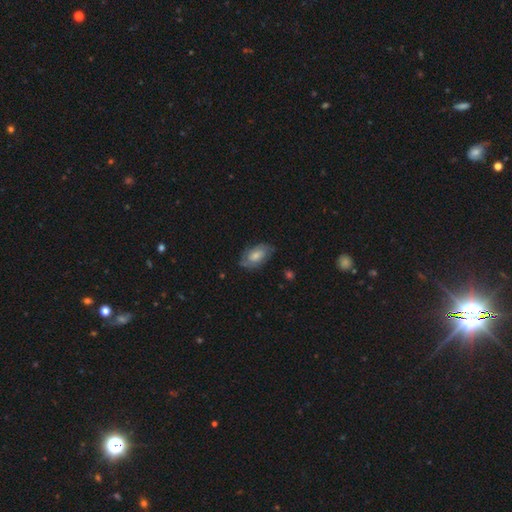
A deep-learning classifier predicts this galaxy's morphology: smooth_or_featured: smooth (p=0.55) [alt: featured or disk p=0.38]
how_rounded: in between (p=0.91) [alt: round p=0.06]
merging: none (p=0.72) [alt: minor disturbance p=0.21]